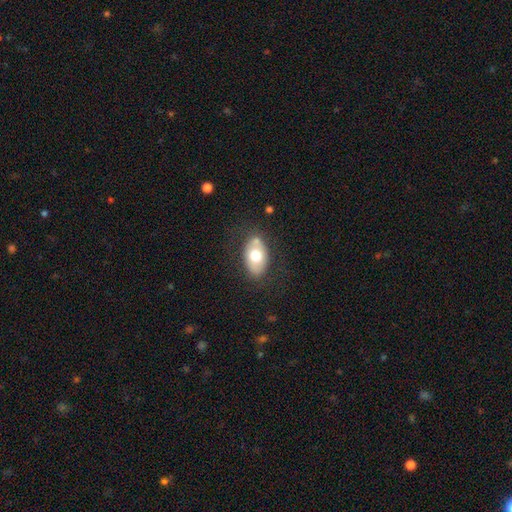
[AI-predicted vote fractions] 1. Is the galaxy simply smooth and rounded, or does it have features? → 65% smooth, 28% featured or disk, 7% star or artifact.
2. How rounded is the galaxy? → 89% in between, 10% round, 1% cigar-shaped.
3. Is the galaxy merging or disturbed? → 73% none, 16% minor disturbance, 6% merger, 5% major disturbance.